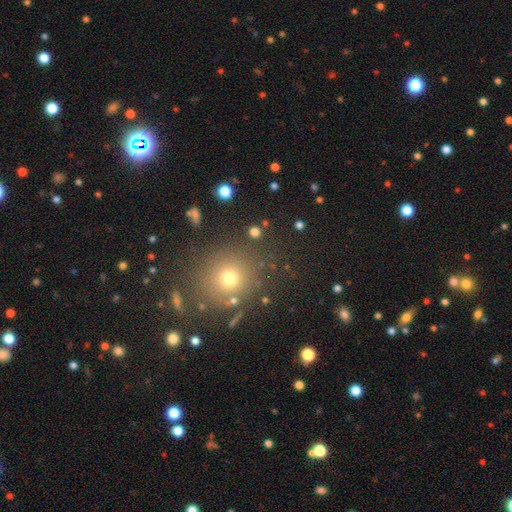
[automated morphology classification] Smooth or featured: smooth — 48% (star or artifact — 41%)
Merging: none — 84% (minor disturbance — 8%)